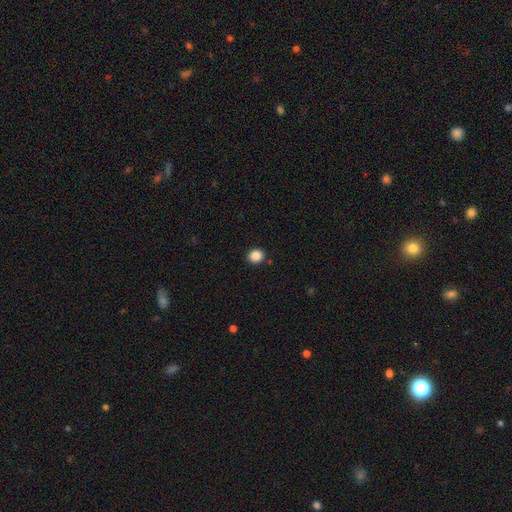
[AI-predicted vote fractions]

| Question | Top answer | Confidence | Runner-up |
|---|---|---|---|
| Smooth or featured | smooth | 87% | star or artifact (10%) |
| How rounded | round | 80% | in between (19%) |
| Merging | none | 90% | minor disturbance (6%) |